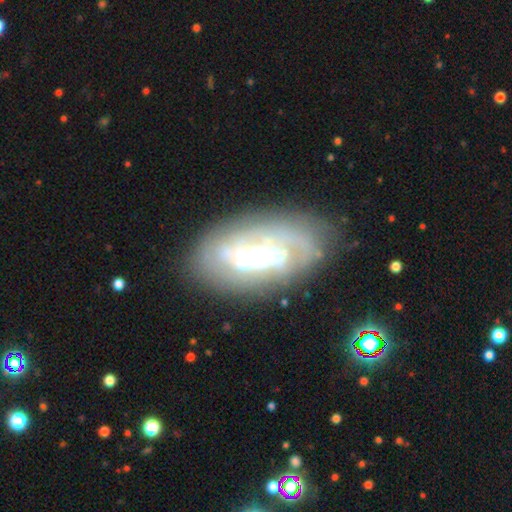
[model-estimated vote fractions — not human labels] A featured or disk galaxy (67%) with no bar (66%), no spiral arms (58%) and a small central bulge (33%). Merging: none (59%).